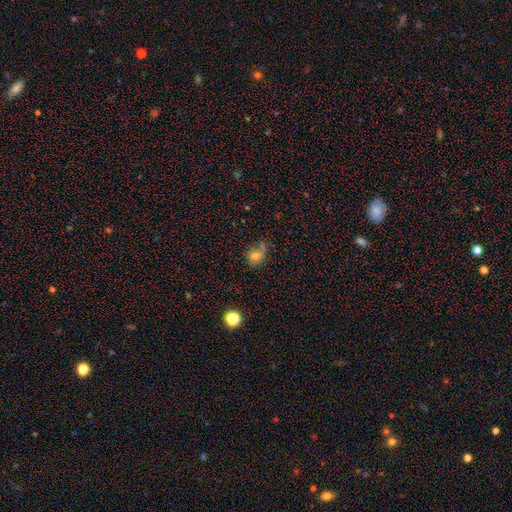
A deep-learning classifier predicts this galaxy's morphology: Smooth or featured?
  - smooth: 68% *
  - featured or disk: 19%
  - star or artifact: 14%
How rounded?
  - round: 61% *
  - in between: 38%
  - cigar-shaped: 1%
Merging?
  - none: 45% *
  - minor disturbance: 27%
  - major disturbance: 21%
  - merger: 8%